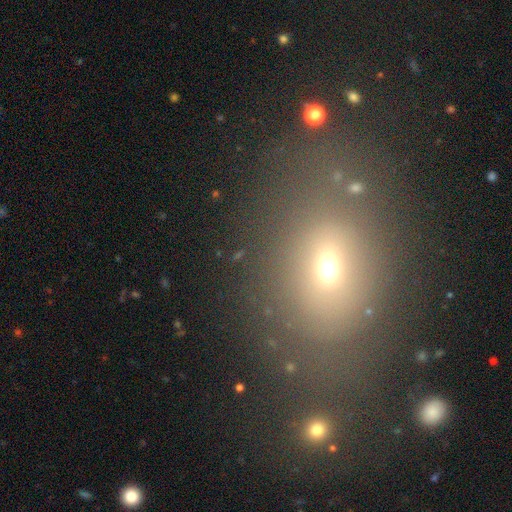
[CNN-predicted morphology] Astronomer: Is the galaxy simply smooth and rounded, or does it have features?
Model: smooth — 57%.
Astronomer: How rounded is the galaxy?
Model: in between — 67%.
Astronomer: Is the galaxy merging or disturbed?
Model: none — 75%.